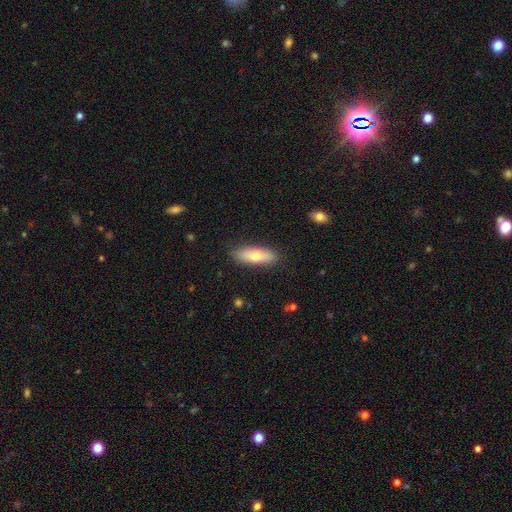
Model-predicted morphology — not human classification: A smooth galaxy with no disk features (67%) that is in between round and cigar-shaped (53%). Merging: none (87%).